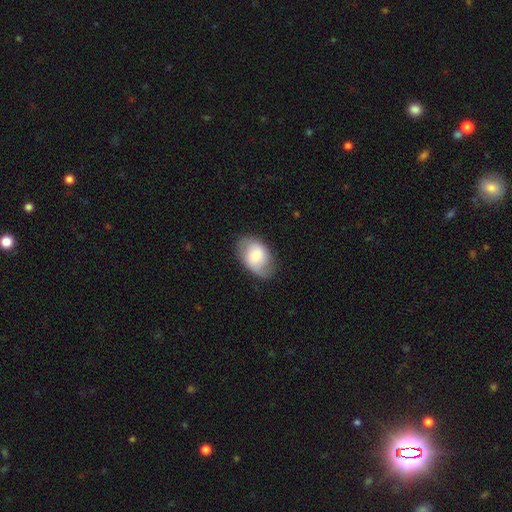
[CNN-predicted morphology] Smooth or featured? Predicted: smooth (p=0.64). How rounded? Predicted: in between (p=0.86). Merging? Predicted: none (p=0.75).